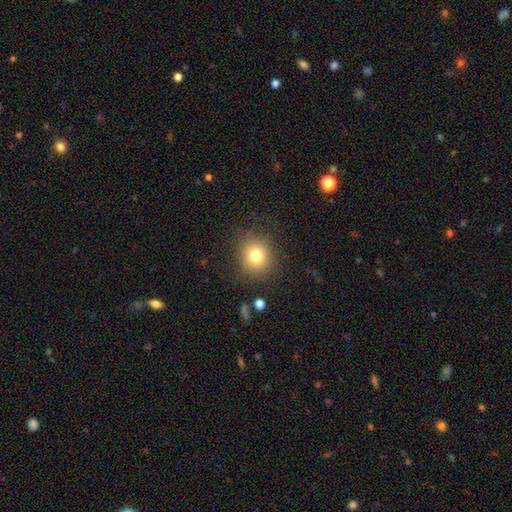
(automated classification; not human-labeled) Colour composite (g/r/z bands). It shows a smooth galaxy with no disk features (77%) that is round (85%). Merging: none (84%).